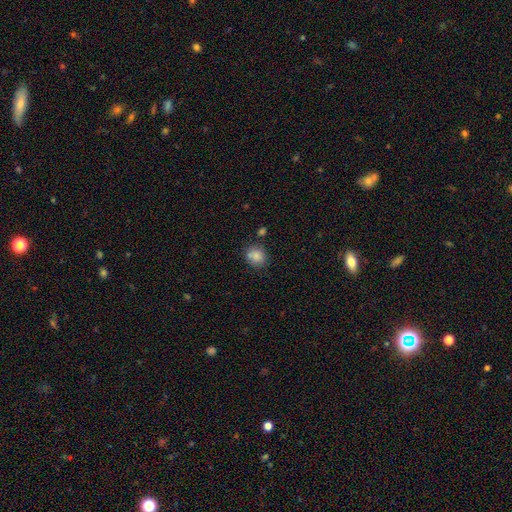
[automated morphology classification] Smooth or featured? Predicted: smooth (p=0.84). How rounded? Predicted: round (p=0.72). Merging? Predicted: none (p=0.70).